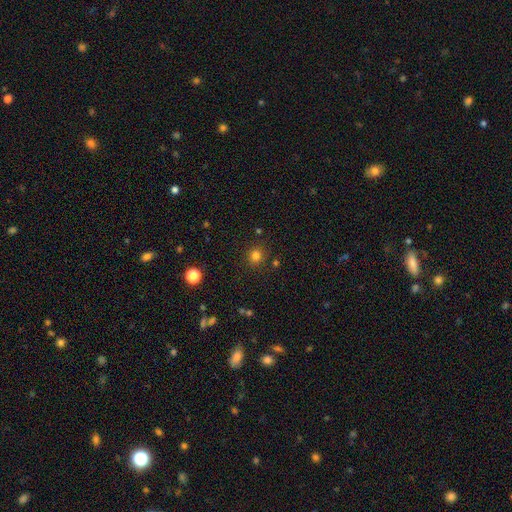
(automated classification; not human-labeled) smooth 79%, star or artifact 16%, featured or disk 5%. Down the decision tree: how rounded — round (89%); merging — none (87%).